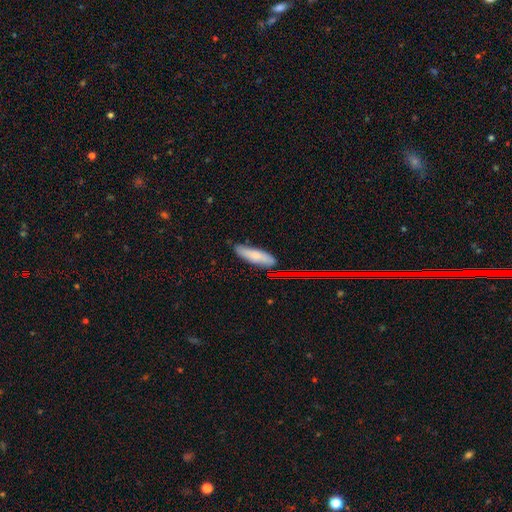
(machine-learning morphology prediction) Overall: smooth (72%). How rounded: cigar-shaped (57%; in between 40%). Merging: none (75%).